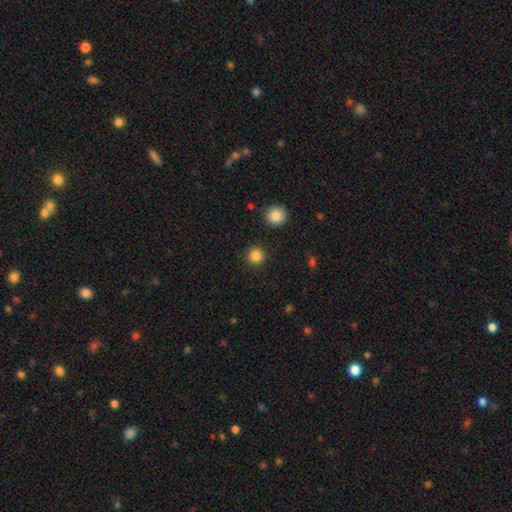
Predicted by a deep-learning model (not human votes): smooth_or_featured: smooth (p=0.85) [alt: star or artifact p=0.11]
how_rounded: round (p=0.94) [alt: in between p=0.05]
merging: none (p=0.91) [alt: minor disturbance p=0.05]